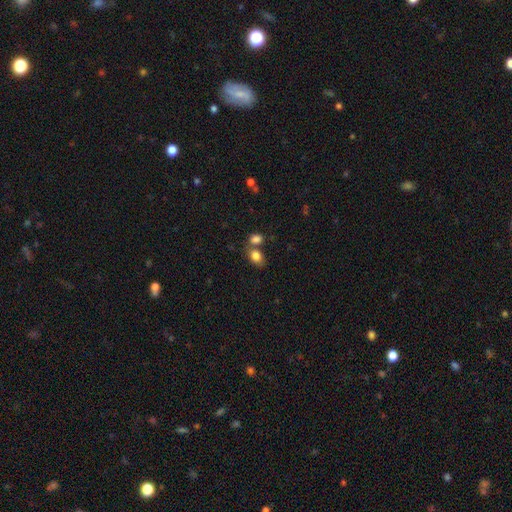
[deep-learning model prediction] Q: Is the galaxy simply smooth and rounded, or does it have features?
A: smooth — 84%.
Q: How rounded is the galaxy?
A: in between — 70%.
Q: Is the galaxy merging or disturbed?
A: none — 50%.